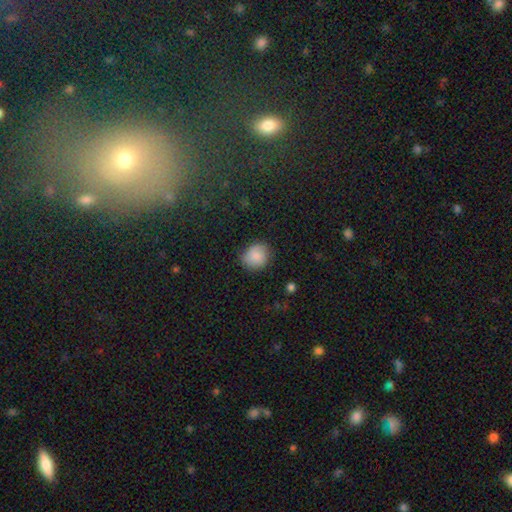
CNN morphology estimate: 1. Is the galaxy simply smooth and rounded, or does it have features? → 85% smooth, 8% star or artifact, 7% featured or disk.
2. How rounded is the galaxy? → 77% round, 23% in between, 1% cigar-shaped.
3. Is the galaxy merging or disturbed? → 75% none, 19% minor disturbance, 5% major disturbance, 1% merger.